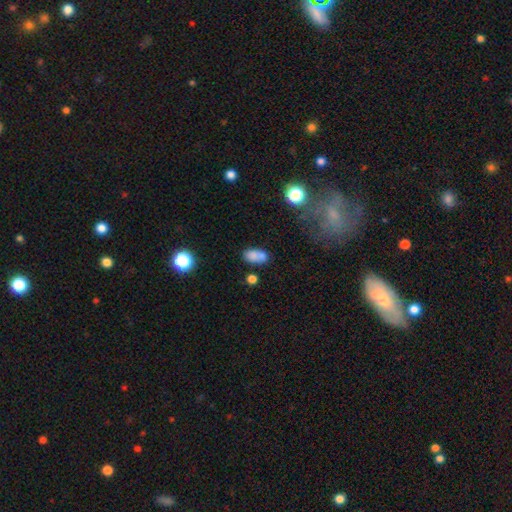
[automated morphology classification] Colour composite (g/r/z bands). It shows a smooth galaxy with no disk features (74%) that is in between round and cigar-shaped (87%). Merging: none (47%).